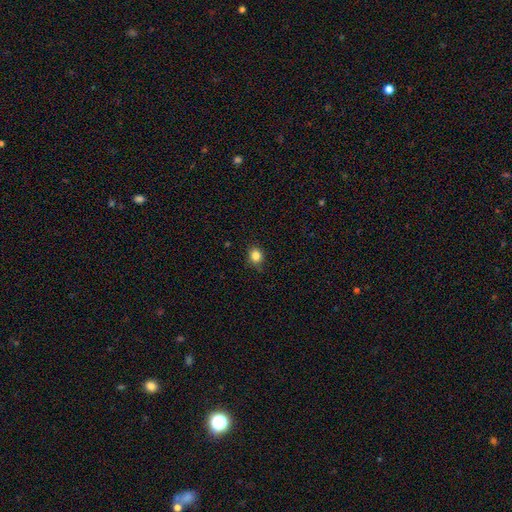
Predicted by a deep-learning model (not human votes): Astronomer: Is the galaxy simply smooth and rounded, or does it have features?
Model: smooth — 84%.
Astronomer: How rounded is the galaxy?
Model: round — 73%.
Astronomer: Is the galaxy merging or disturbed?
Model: none — 80%.